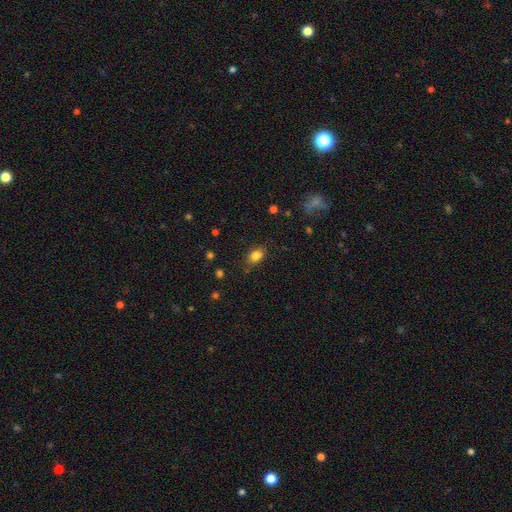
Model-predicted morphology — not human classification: Smooth or featured: smooth — 82% (star or artifact — 11%)
How rounded: in between — 78% (round — 20%)
Merging: none — 81% (minor disturbance — 14%)